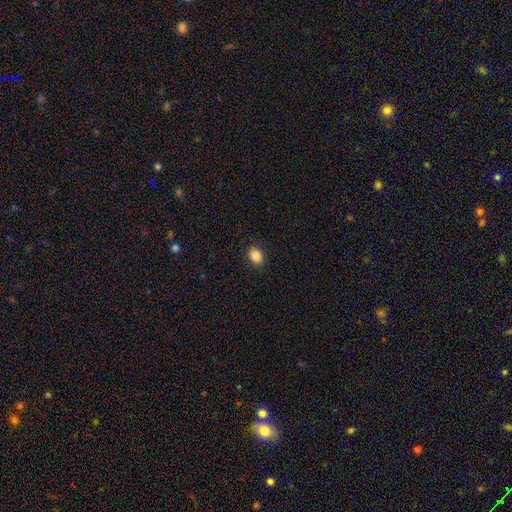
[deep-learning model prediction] smooth_or_featured: smooth (p=0.86) [alt: star or artifact p=0.09]
how_rounded: in between (p=0.68) [alt: round p=0.31]
merging: none (p=0.89) [alt: minor disturbance p=0.08]